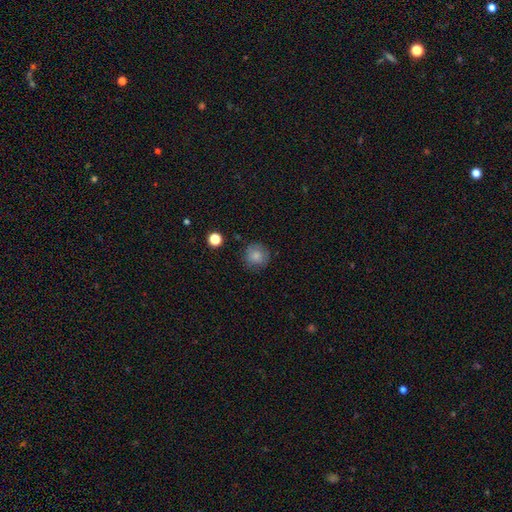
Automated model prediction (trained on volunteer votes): The model was most divided on "merging": none: 81%, minor disturbance: 13%, major disturbance: 4%, merger: 2%. More confident: how rounded — round (92%); smooth or featured — smooth (82%).